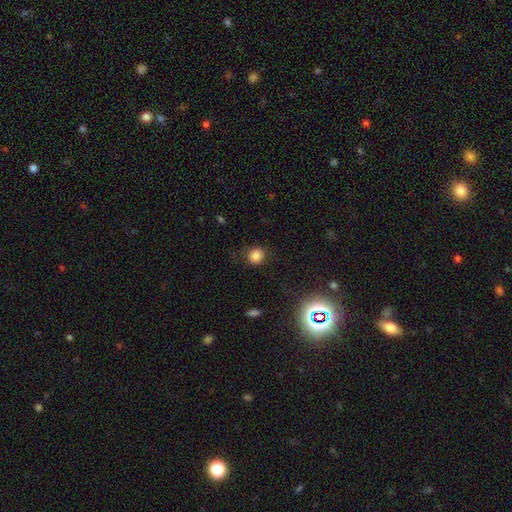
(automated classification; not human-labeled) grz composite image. It shows a smooth galaxy with no disk features (81%) that is round (82%). Merging: none (82%).